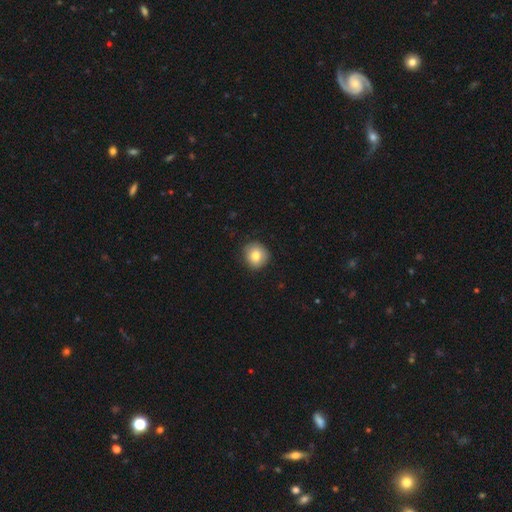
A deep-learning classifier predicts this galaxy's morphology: A smooth galaxy with no disk features (79%) that is round (88%). Merging: none (85%).